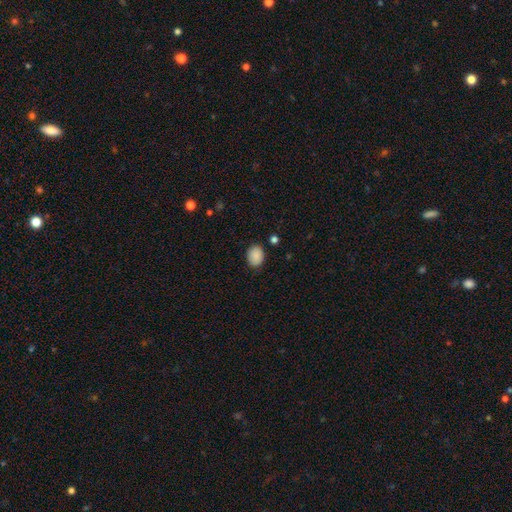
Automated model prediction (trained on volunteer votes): Smooth or featured: smooth — 89% (star or artifact — 8%)
How rounded: in between — 63% (round — 36%)
Merging: none — 85% (minor disturbance — 11%)